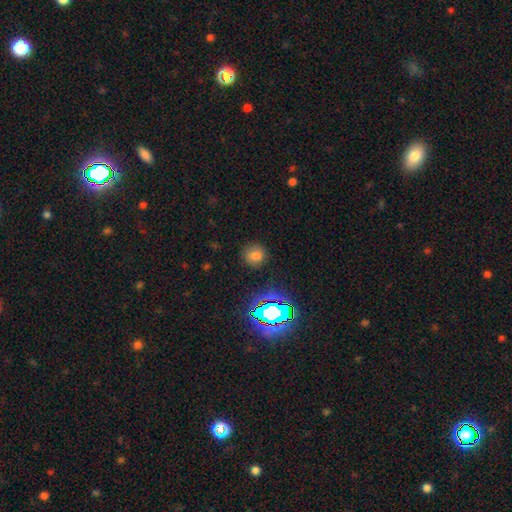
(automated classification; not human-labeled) Smooth or featured? smooth (72%)
How rounded? round (85%)
Merging? none (86%)